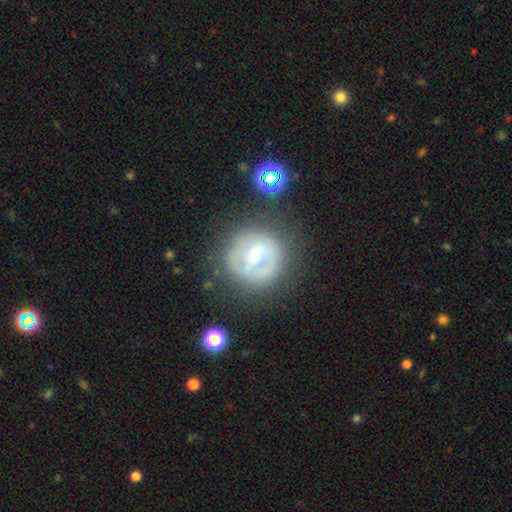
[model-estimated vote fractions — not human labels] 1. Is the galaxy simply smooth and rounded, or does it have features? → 58% featured or disk, 33% smooth, 9% star or artifact.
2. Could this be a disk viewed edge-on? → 96% no, 4% yes.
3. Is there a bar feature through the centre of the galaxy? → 44% weak, 29% no, 27% strong.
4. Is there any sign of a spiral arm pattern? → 60% no, 40% yes.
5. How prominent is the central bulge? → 48% moderate, 38% small, 7% none, 6% large, 1% dominant.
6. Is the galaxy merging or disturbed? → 63% none, 20% minor disturbance, 13% major disturbance, 5% merger.